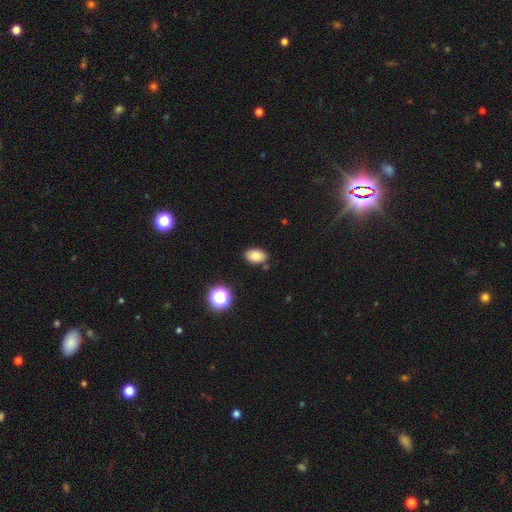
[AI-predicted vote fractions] Morphology: type=smooth (84%); roundness=in between (86%); merging=none (83%).